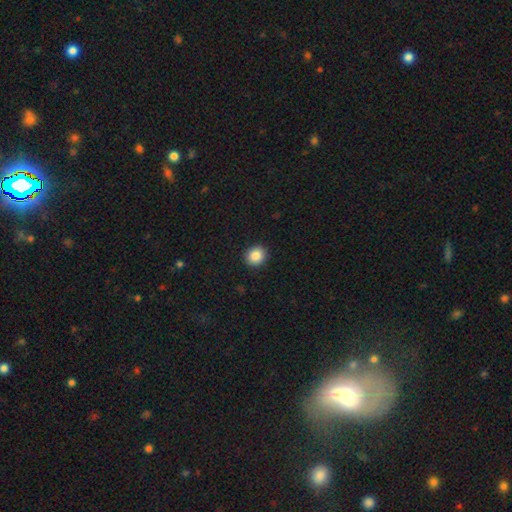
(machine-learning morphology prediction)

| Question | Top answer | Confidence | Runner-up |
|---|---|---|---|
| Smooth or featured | smooth | 87% | star or artifact (9%) |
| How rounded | round | 80% | in between (19%) |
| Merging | none | 91% | minor disturbance (6%) |